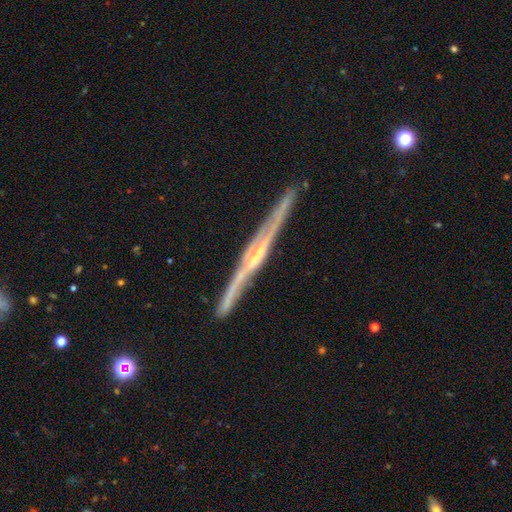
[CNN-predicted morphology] Smooth or featured?
  - featured or disk: 82% *
  - smooth: 11%
  - star or artifact: 6%
Edge-on disk?
  - yes: 98% *
  - no: 2%
Edge-on bulge?
  - rounded: 50% *
  - none: 35%
  - boxy: 15%
Merging?
  - none: 89% *
  - minor disturbance: 8%
  - major disturbance: 2%
  - merger: 2%